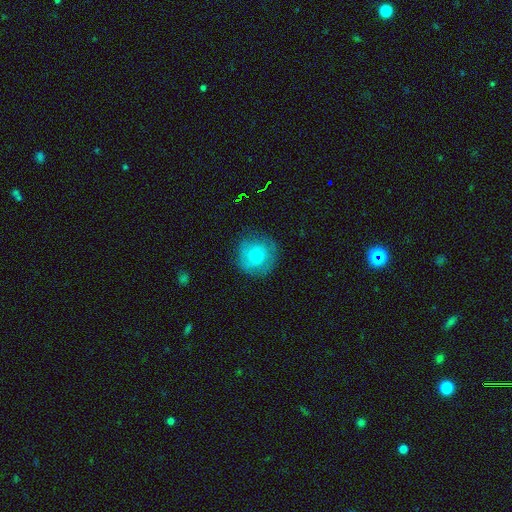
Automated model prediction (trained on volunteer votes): smooth_or_featured: smooth (p=0.71) [alt: featured or disk p=0.21]
how_rounded: round (p=0.94) [alt: in between p=0.05]
merging: none (p=0.79) [alt: minor disturbance p=0.15]